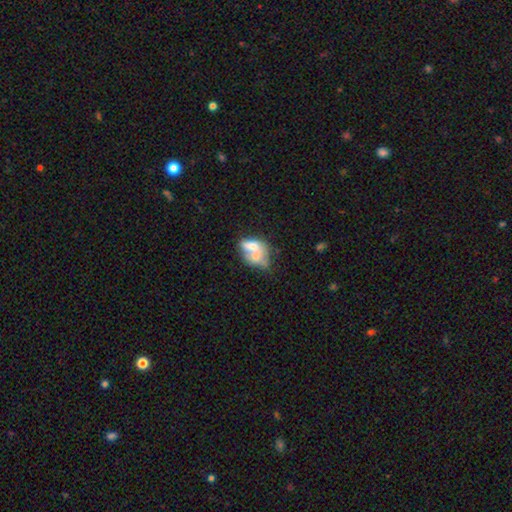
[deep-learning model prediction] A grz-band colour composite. It shows a smooth galaxy with no disk features (56%) that is in between round and cigar-shaped (74%). Merging: merger (63%).